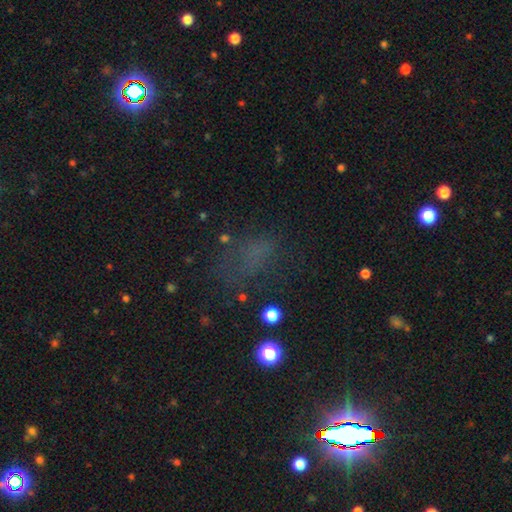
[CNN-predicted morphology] Overall: star or artifact (42%; smooth 41%).